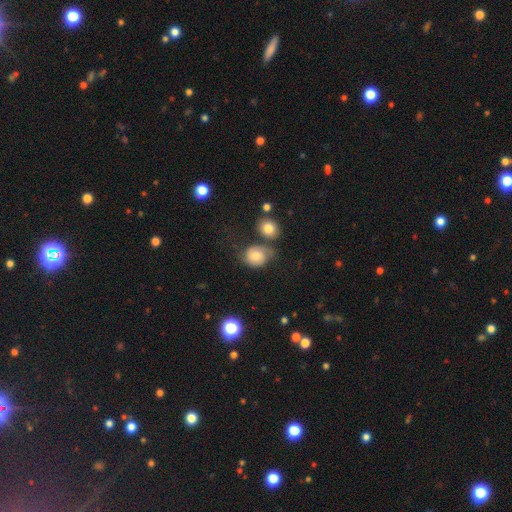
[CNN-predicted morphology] smooth 49%, featured or disk 41%, star or artifact 10%. Down the decision tree: merging — none (42%).